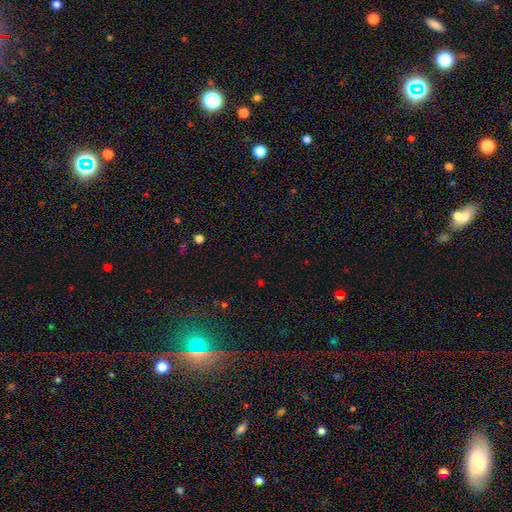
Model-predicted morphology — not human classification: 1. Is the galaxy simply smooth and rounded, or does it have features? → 64% star or artifact, 29% smooth, 7% featured or disk.